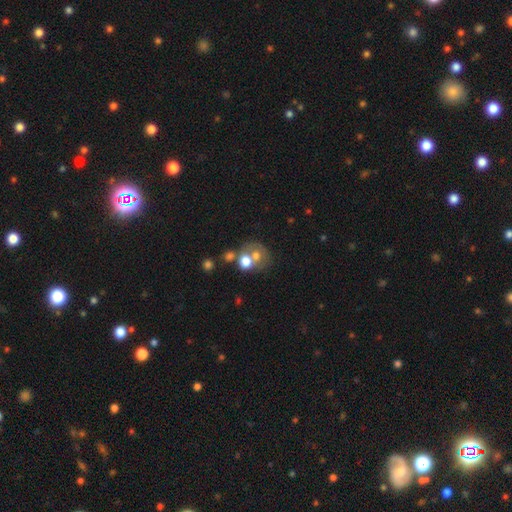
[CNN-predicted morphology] The model was most divided on "merging": merger: 47%, none: 33%, minor disturbance: 10%, major disturbance: 10%. More confident: how rounded — round (67%); smooth or featured — smooth (55%).